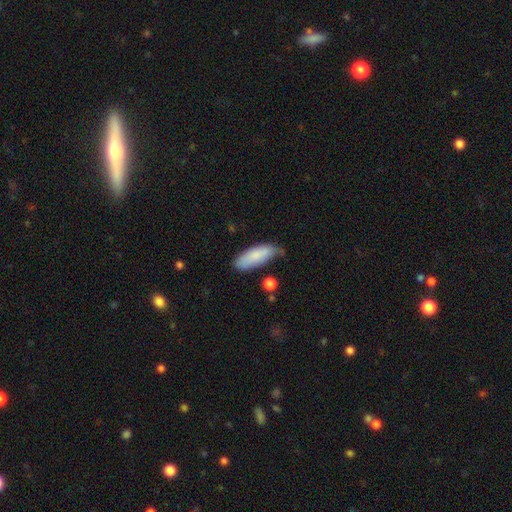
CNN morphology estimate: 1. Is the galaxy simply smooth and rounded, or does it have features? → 84% smooth, 10% featured or disk, 6% star or artifact.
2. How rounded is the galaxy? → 67% in between, 31% cigar-shaped, 2% round.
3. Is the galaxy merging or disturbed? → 55% none, 34% minor disturbance, 7% major disturbance, 4% merger.